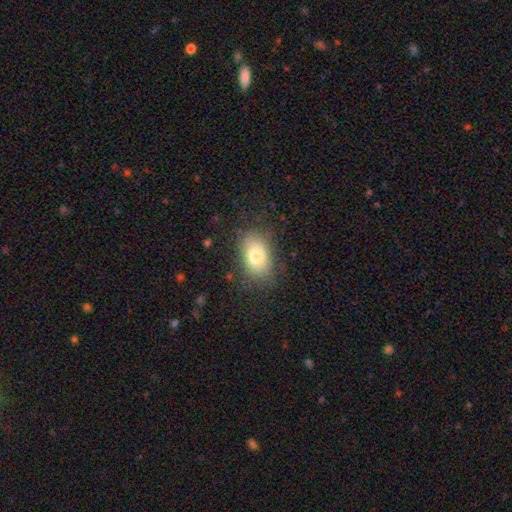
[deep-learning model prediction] A smooth galaxy with no disk features (78%) that is in between round and cigar-shaped (87%).

Vote fractions:
- Smooth or featured? smooth: 78% / featured or disk: 13% / star or artifact: 9%
- How rounded? in between: 87% / round: 11% / cigar-shaped: 2%
- Merging? none: 78% / minor disturbance: 15% / major disturbance: 6% / merger: 1%